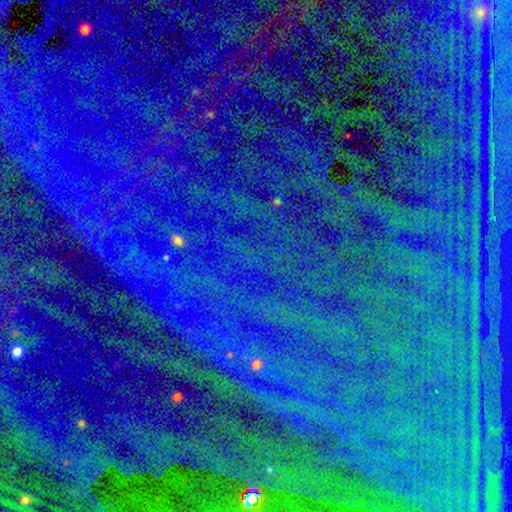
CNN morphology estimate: star or artifact 87%, smooth 7%, featured or disk 6%.